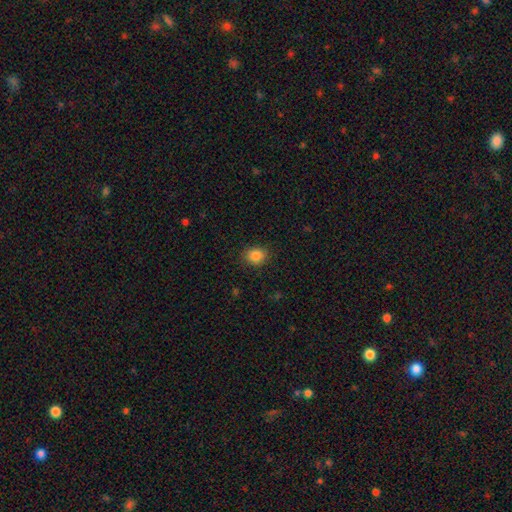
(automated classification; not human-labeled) A smooth galaxy with no disk features (85%) that is round (61%).

Vote fractions:
- Smooth or featured? smooth: 85% / star or artifact: 10% / featured or disk: 5%
- How rounded? round: 61% / in between: 38% / cigar-shaped: 1%
- Merging? none: 87% / minor disturbance: 9% / major disturbance: 3% / merger: 1%